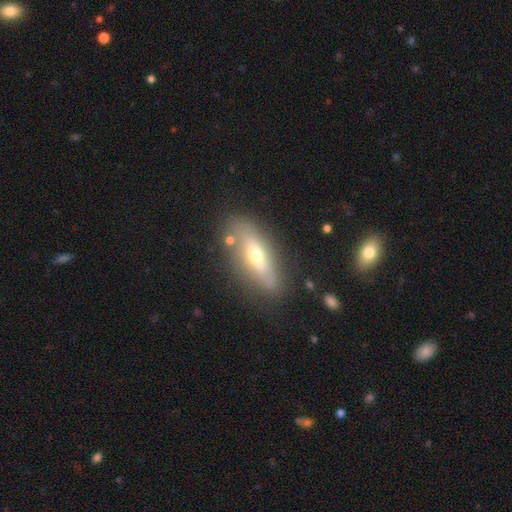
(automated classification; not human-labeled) Smooth or featured? Predicted: featured or disk (p=0.55). Edge-on disk? Predicted: yes (p=0.64). Merging? Predicted: none (p=0.78).